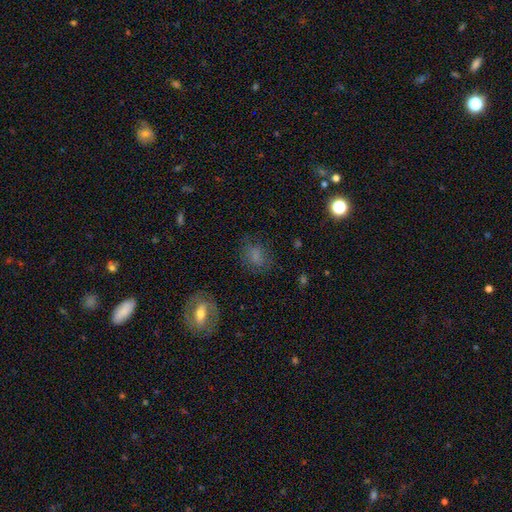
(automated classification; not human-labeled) Smooth or featured? Predicted: smooth (p=0.72). How rounded? Predicted: in between (p=0.52). Merging? Predicted: none (p=0.73).